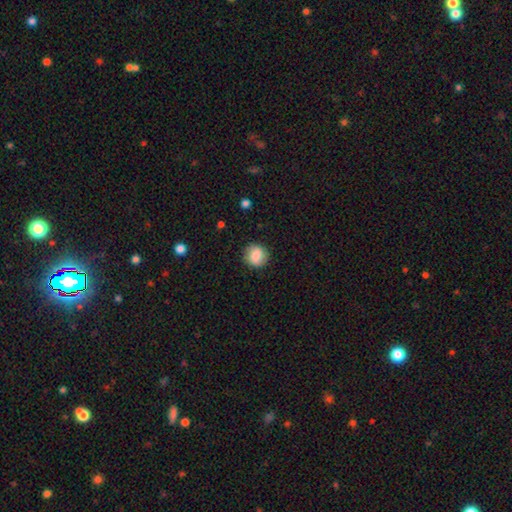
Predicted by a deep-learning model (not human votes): Smooth or featured? Predicted: smooth (p=0.82). How rounded? Predicted: round (p=0.88). Merging? Predicted: none (p=0.86).